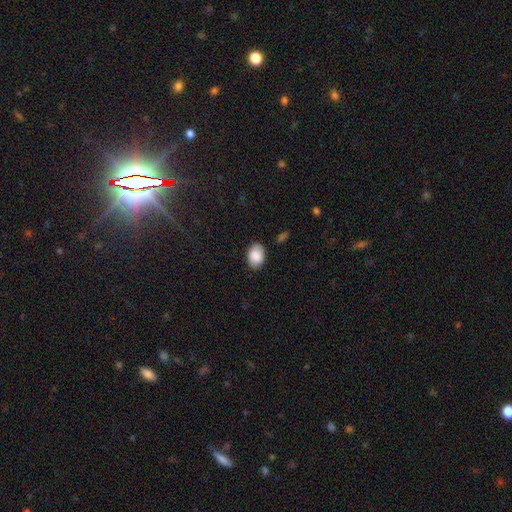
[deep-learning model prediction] This is clearly a smooth galaxy (88%). How rounded: clearly in between (82%). Merging: clearly none (85%).